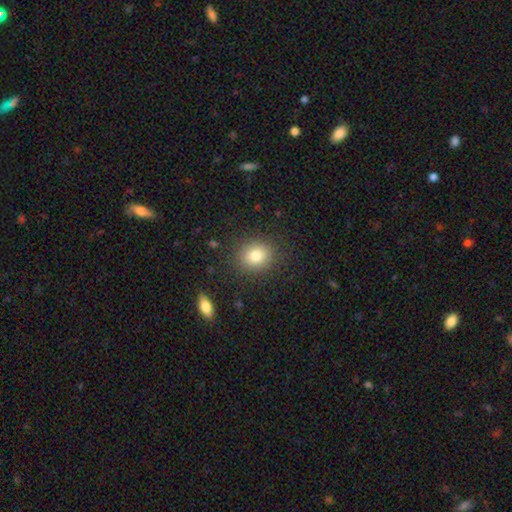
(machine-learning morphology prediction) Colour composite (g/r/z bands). It shows a smooth galaxy with no disk features (81%) that is round (68%). Merging: none (87%).